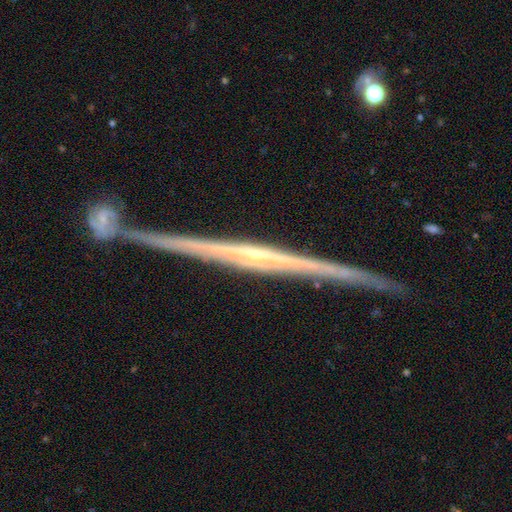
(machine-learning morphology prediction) The model was most divided on "edge-on bulge": rounded: 47%, none: 42%, boxy: 11%. More confident: edge-on disk — yes (98%); smooth or featured — featured or disk (87%); merging — none (76%).